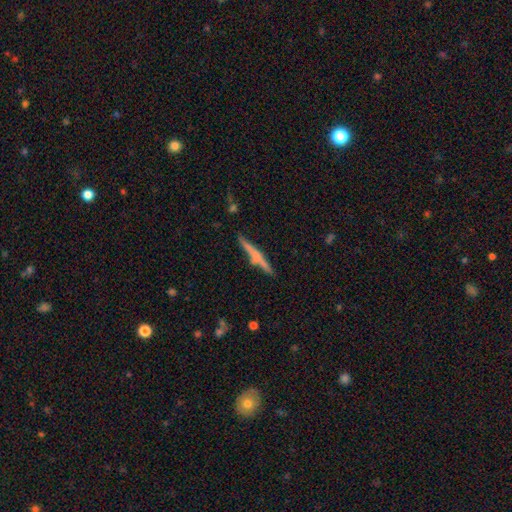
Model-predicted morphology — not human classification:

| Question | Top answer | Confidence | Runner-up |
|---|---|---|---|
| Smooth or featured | featured or disk | 49% | smooth (44%) |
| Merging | none | 80% | minor disturbance (12%) |